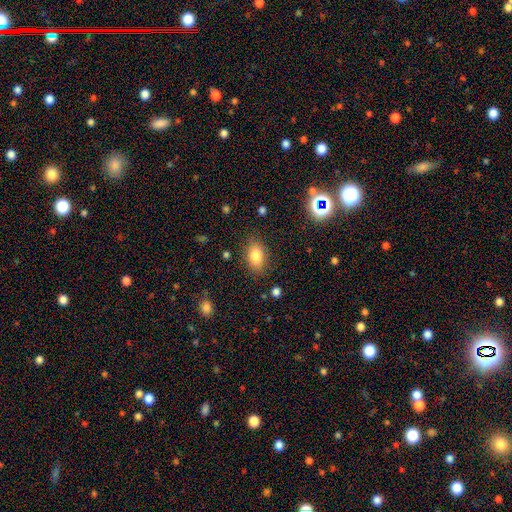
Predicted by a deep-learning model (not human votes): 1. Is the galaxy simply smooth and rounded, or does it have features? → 82% smooth, 9% star or artifact, 9% featured or disk.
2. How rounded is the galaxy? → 87% in between, 11% round, 2% cigar-shaped.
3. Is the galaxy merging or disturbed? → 84% none, 12% minor disturbance, 3% major disturbance, 1% merger.